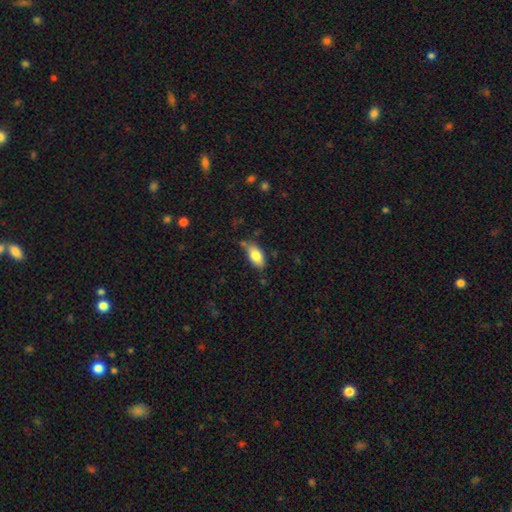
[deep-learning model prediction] This is clearly a smooth galaxy (81%). How rounded: clearly in between (91%). Merging: likely none (69%).